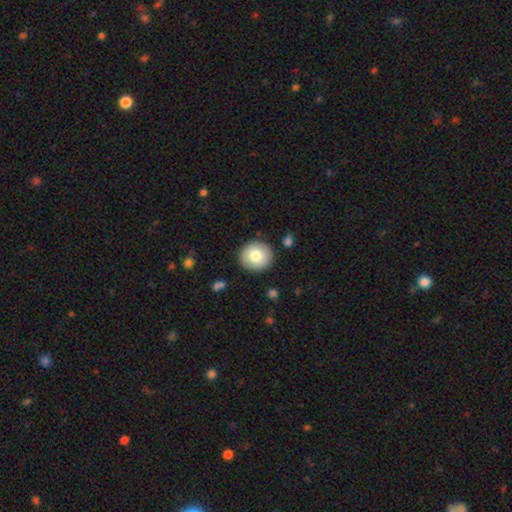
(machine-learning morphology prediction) The model was most divided on "smooth or featured": smooth: 79%, featured or disk: 13%, star or artifact: 8%. More confident: merging — none (89%); how rounded — round (89%).